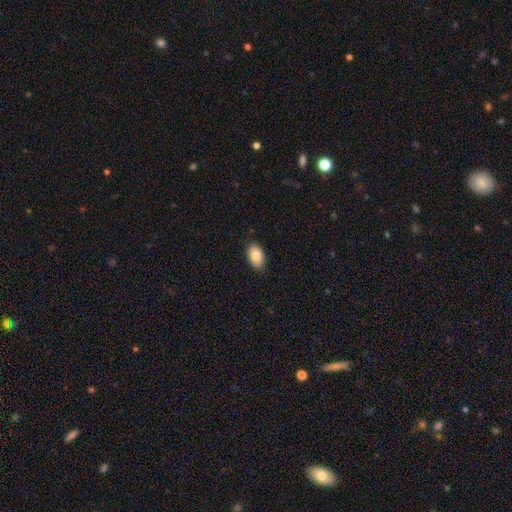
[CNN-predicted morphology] smooth-or-featured: smooth: 87% | star or artifact: 7% | featured or disk: 6%
  how-rounded: in between: 93% | round: 6% | cigar-shaped: 1%
  merging: none: 88% | minor disturbance: 9% | major disturbance: 2% | merger: 1%